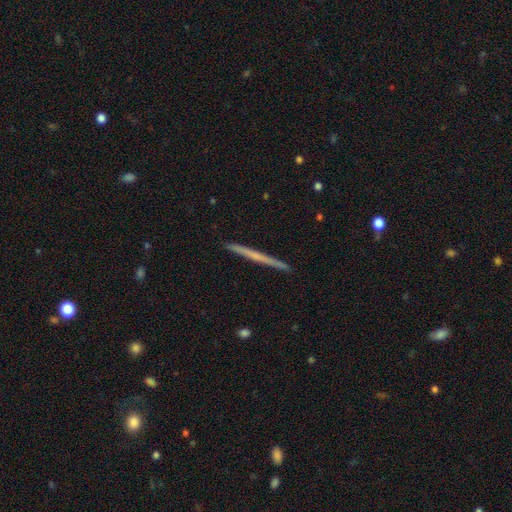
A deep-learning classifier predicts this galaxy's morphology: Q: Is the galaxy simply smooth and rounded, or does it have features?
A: featured or disk — 59%.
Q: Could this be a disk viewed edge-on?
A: yes — 98%.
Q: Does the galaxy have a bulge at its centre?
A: none — 79%.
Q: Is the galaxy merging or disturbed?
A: none — 92%.